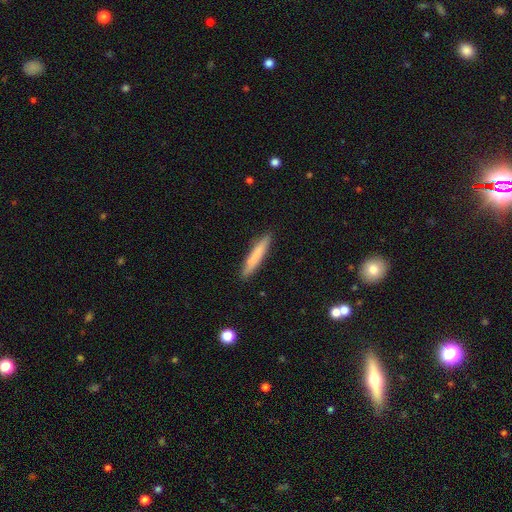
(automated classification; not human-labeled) Smooth or featured? Predicted: smooth (p=0.77). How rounded? Predicted: cigar-shaped (p=0.93). Merging? Predicted: none (p=0.90).